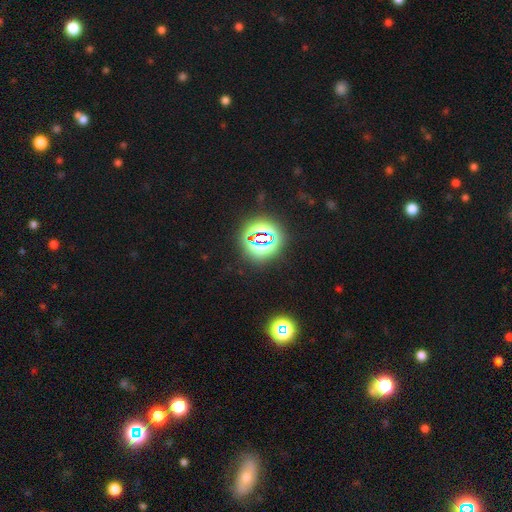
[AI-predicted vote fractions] The model was most divided on "smooth or featured": star or artifact: 76%, smooth: 16%, featured or disk: 8%.